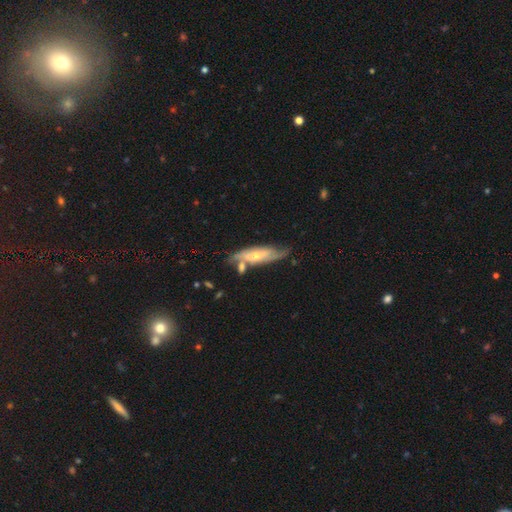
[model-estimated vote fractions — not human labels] Smooth or featured: featured or disk — 66% (smooth — 28%)
Edge-on disk: no — 65% (yes — 35%)
Merging: none — 56% (minor disturbance — 22%)